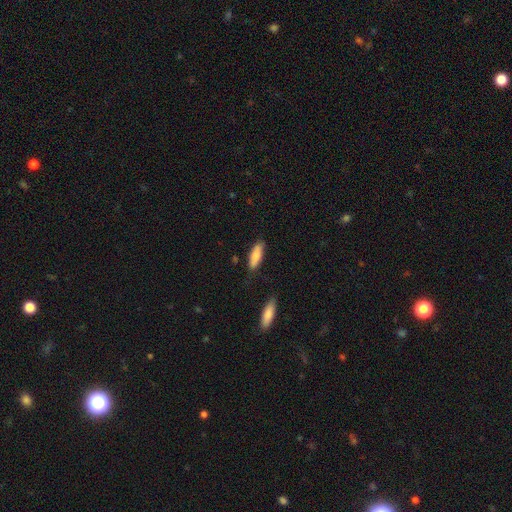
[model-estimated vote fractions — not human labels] A smooth galaxy with no disk features (81%) that is in between round and cigar-shaped (56%).

Vote fractions:
- Smooth or featured? smooth: 81% / featured or disk: 13% / star or artifact: 6%
- How rounded? in between: 56% / cigar-shaped: 42% / round: 2%
- Merging? none: 79% / minor disturbance: 16% / major disturbance: 3% / merger: 3%